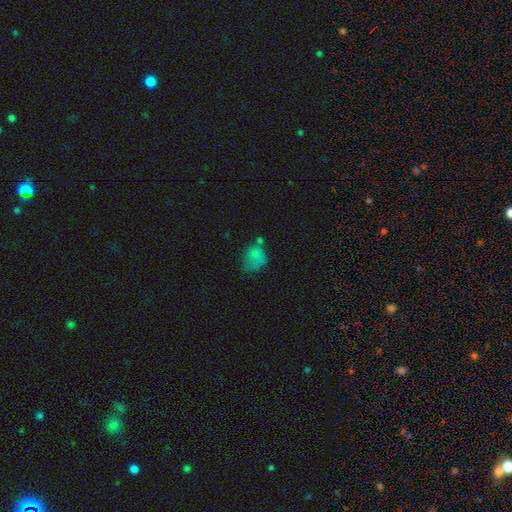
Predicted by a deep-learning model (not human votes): smooth-or-featured: smooth: 70% | featured or disk: 16% | star or artifact: 14%
  how-rounded: in between: 52% | round: 46% | cigar-shaped: 1%
  merging: none: 35% | minor disturbance: 29% | major disturbance: 24% | merger: 13%